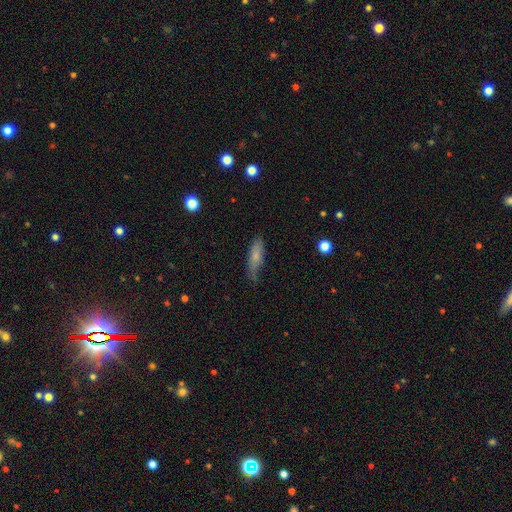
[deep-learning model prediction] This appears to be a smooth galaxy with no disk features (69%) that is in between round and cigar-shaped (49%, tied with cigar-shaped). Merging: none (56%).